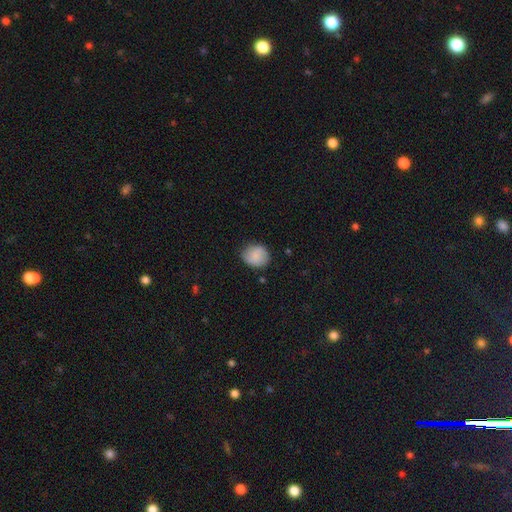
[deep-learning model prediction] smooth_or_featured: smooth (p=0.80) [alt: featured or disk p=0.12]
how_rounded: round (p=0.74) [alt: in between p=0.25]
merging: none (p=0.77) [alt: minor disturbance p=0.17]